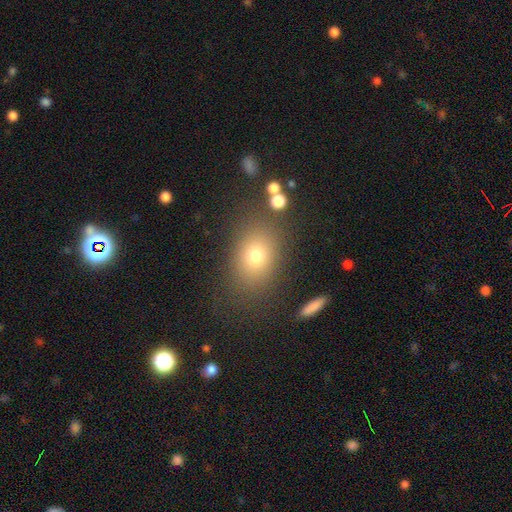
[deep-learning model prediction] smooth-or-featured: smooth: 72% | star or artifact: 16% | featured or disk: 12%
  how-rounded: in between: 65% | round: 33% | cigar-shaped: 2%
  merging: none: 80% | minor disturbance: 11% | major disturbance: 5% | merger: 3%